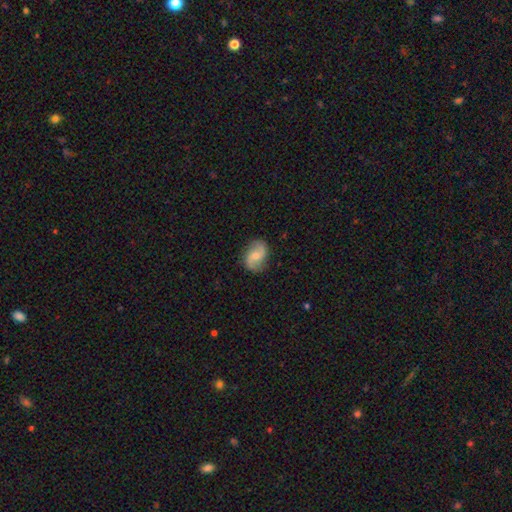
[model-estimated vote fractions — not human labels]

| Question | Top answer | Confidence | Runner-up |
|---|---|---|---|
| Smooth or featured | featured or disk | 69% | smooth (24%) |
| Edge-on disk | no | 97% | yes (3%) |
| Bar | no | 54% | weak (38%) |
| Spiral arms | yes | 94% | no (6%) |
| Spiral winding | loose | 57% | medium (33%) |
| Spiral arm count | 2 | 92% | can't tell (3%) |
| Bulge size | small | 46% | moderate (45%) |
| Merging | none | 83% | minor disturbance (12%) |